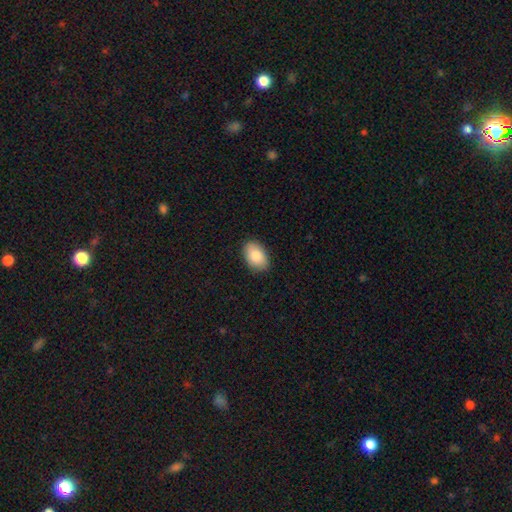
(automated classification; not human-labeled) smooth-or-featured: smooth: 86% | featured or disk: 7% | star or artifact: 7%
  how-rounded: in between: 90% | round: 9% | cigar-shaped: 1%
  merging: none: 87% | minor disturbance: 10% | major disturbance: 2% | merger: 1%